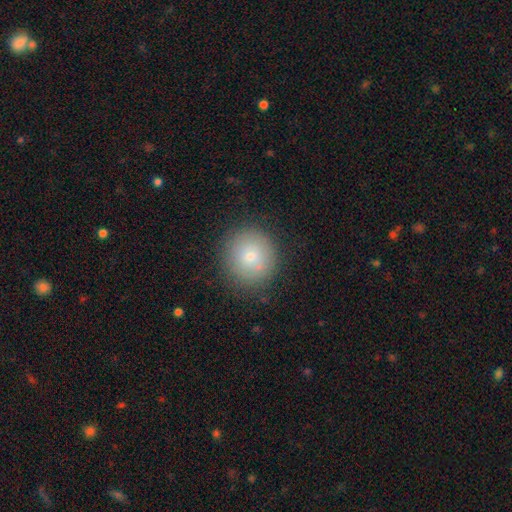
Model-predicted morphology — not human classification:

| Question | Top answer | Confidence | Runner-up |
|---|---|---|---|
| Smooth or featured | smooth | 75% | featured or disk (14%) |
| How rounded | round | 88% | in between (11%) |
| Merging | none | 87% | minor disturbance (9%) |